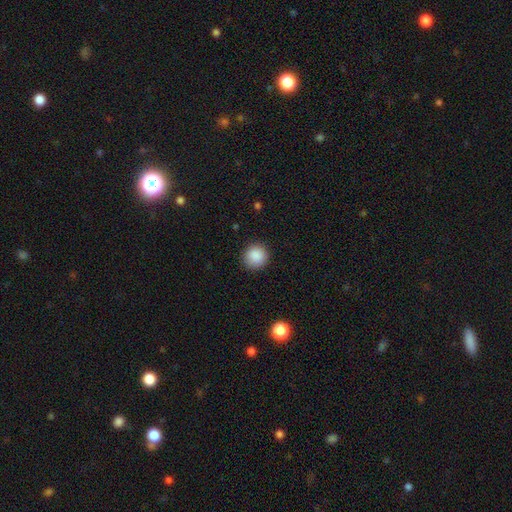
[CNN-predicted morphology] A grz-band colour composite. It shows a smooth galaxy with no disk features (88%) that is round (92%). Merging: none (90%).